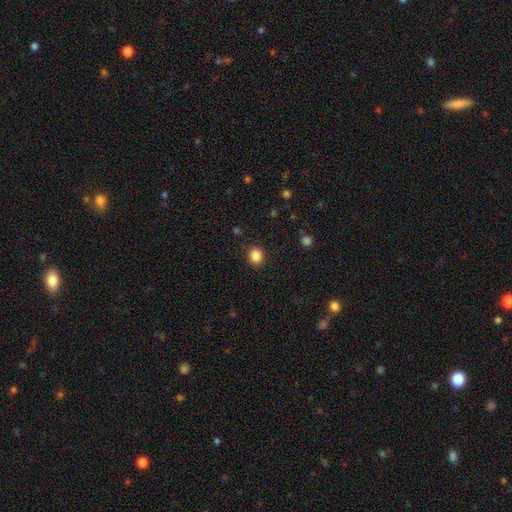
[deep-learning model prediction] A smooth galaxy with no disk features (85%) that is round (69%).

Vote fractions:
- Smooth or featured? smooth: 85% / star or artifact: 11% / featured or disk: 4%
- How rounded? round: 69% / in between: 30% / cigar-shaped: 1%
- Merging? none: 89% / minor disturbance: 8% / major disturbance: 3% / merger: 1%